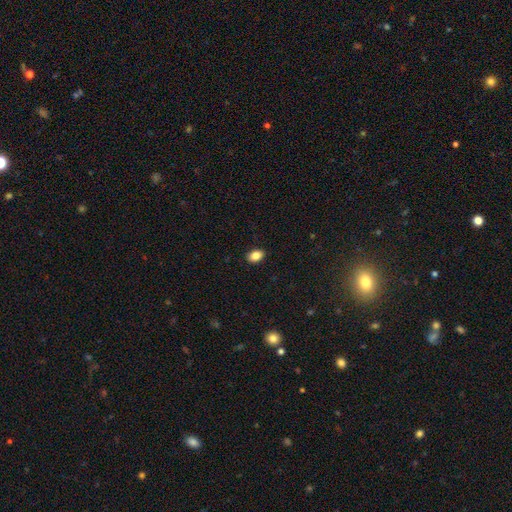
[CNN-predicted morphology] Smooth or featured: smooth — 85% (star or artifact — 9%)
How rounded: in between — 83% (round — 15%)
Merging: none — 89% (minor disturbance — 8%)